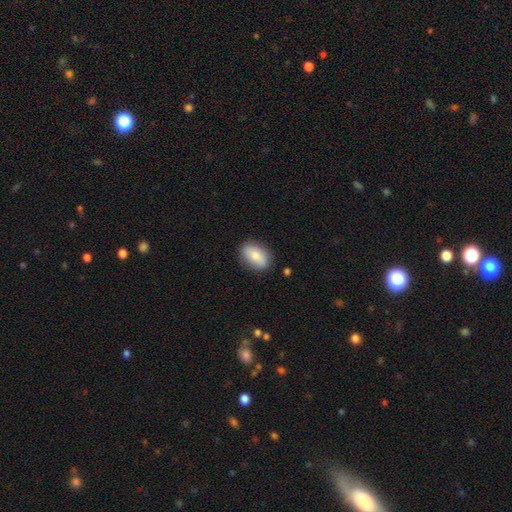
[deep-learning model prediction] Smooth or featured? smooth (78%)
How rounded? in between (87%)
Merging? none (84%)